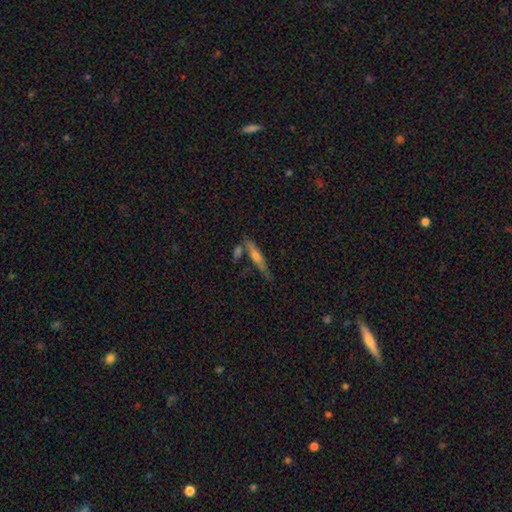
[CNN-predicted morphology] A featured or disk galaxy (55%) viewed edge-on (92%) with a rounded central bulge (75%). Merging: none (64%).